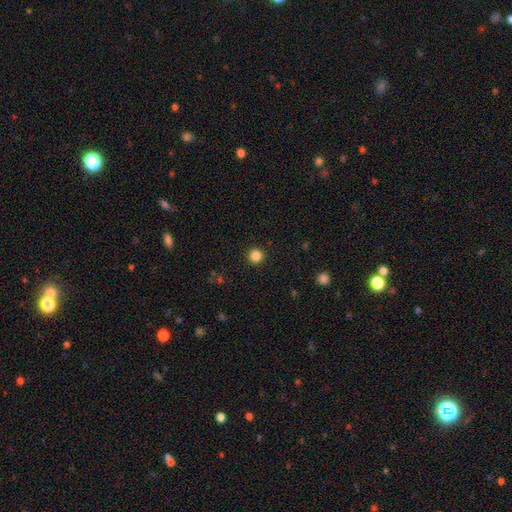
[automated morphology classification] A smooth galaxy with no disk features (85%) that is round (95%). Merging: none (93%).